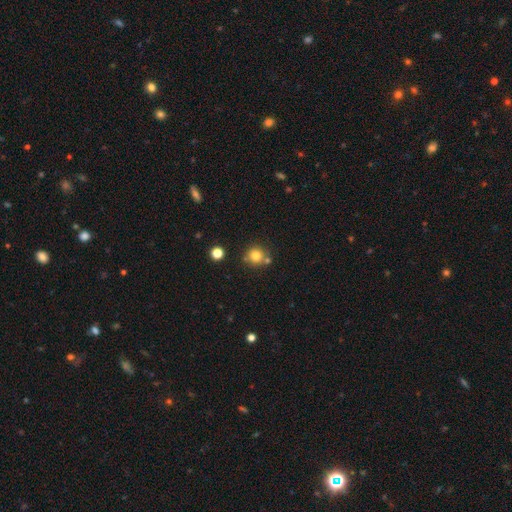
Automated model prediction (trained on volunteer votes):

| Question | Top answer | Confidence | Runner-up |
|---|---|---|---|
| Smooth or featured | smooth | 80% | star or artifact (12%) |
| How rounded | round | 91% | in between (8%) |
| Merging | none | 69% | merger (15%) |